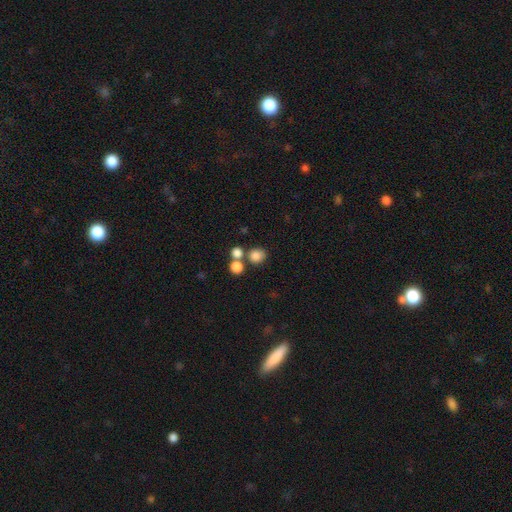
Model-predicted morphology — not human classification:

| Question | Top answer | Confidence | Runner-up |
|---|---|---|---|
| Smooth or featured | smooth | 81% | star or artifact (12%) |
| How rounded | round | 82% | in between (17%) |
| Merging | none | 58% | merger (30%) |